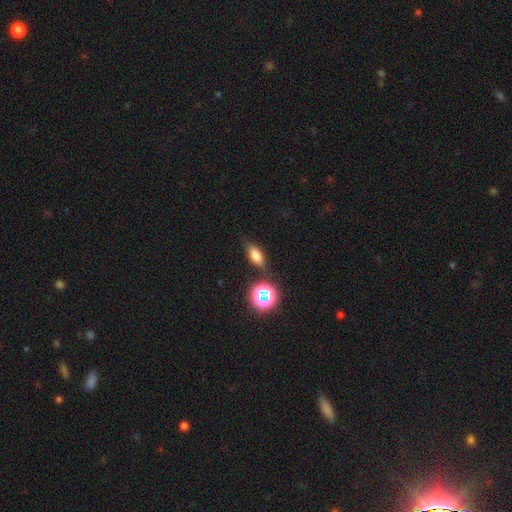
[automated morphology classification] Smooth or featured: smooth — 67% (featured or disk — 17%)
How rounded: in between — 69% (cigar-shaped — 21%)
Merging: none — 77% (minor disturbance — 14%)